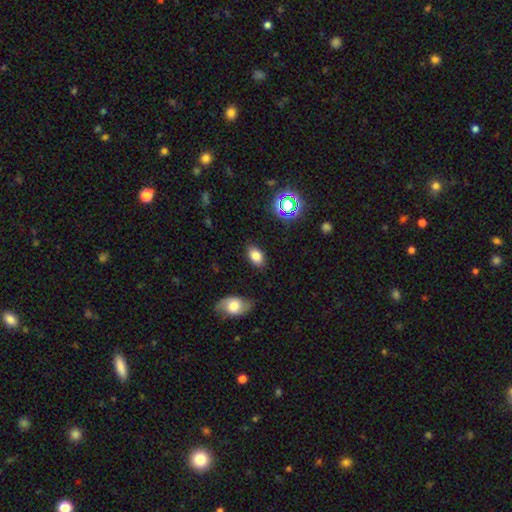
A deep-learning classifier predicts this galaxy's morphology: smooth 79%, star or artifact 12%, featured or disk 9%. Down the decision tree: how rounded — in between (89%); merging — none (84%).